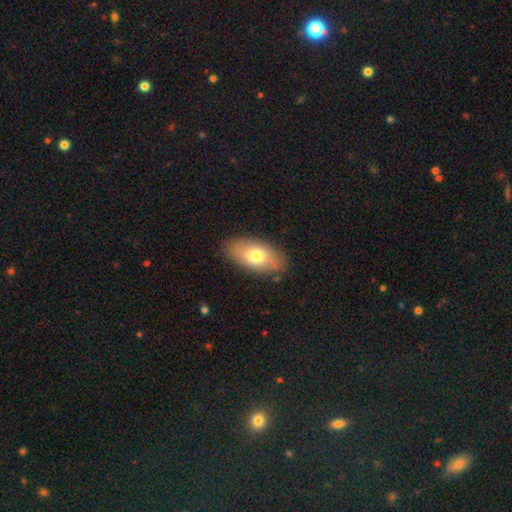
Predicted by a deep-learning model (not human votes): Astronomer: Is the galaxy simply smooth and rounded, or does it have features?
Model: smooth — 71%.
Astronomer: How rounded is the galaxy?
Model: in between — 91%.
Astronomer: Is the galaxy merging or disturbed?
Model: none — 83%.